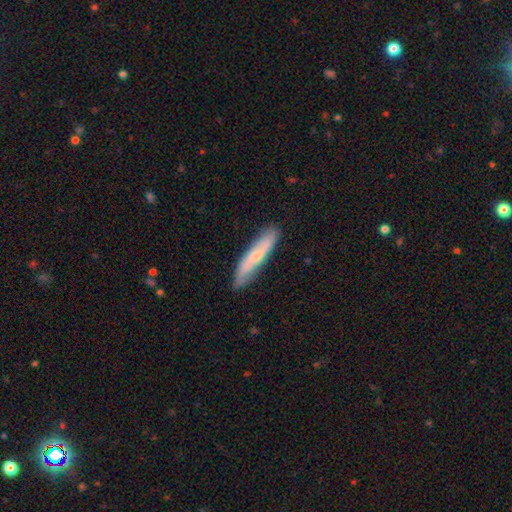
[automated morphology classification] The model was most divided on "smooth or featured": smooth: 55%, featured or disk: 39%, star or artifact: 6%. More confident: how rounded — cigar-shaped (85%); merging — none (84%).